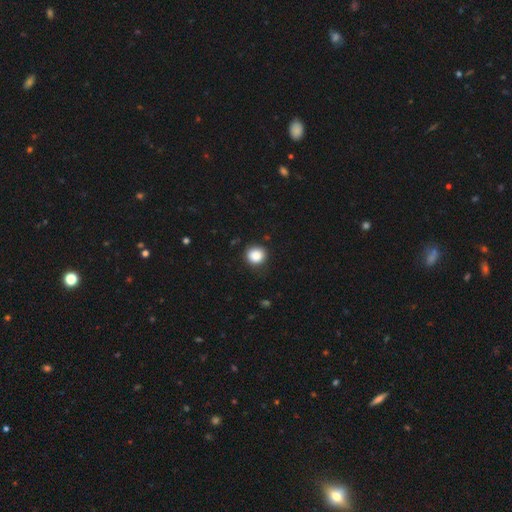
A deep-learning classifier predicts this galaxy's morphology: A smooth galaxy with no disk features (87%) that is round (89%).

Vote fractions:
- Smooth or featured? smooth: 87% / star or artifact: 9% / featured or disk: 3%
- How rounded? round: 89% / in between: 10% / cigar-shaped: 1%
- Merging? none: 86% / minor disturbance: 10% / major disturbance: 3% / merger: 1%